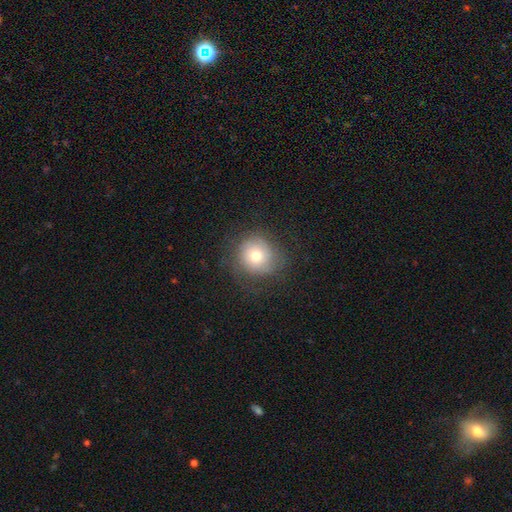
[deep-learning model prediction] A smooth galaxy with no disk features (60%) that is round (88%).

Vote fractions:
- Smooth or featured? smooth: 60% / featured or disk: 29% / star or artifact: 11%
- How rounded? round: 88% / in between: 11% / cigar-shaped: 1%
- Merging? none: 72% / minor disturbance: 17% / major disturbance: 10% / merger: 1%